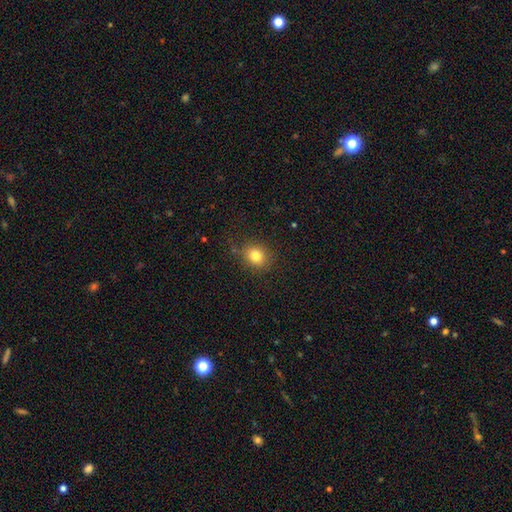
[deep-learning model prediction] This appears to be a smooth galaxy with no disk features (80%) that is round (71%). Merging: none (83%).